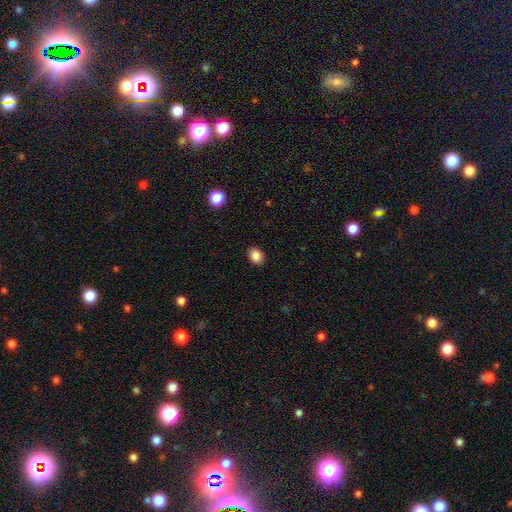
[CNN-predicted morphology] This appears to be a smooth galaxy with no disk features (86%) that is in between round and cigar-shaped (55%). Merging: none (90%).